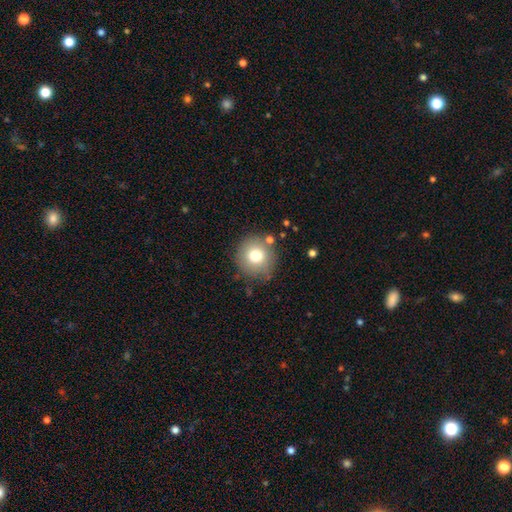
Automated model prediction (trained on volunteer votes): A smooth galaxy with no disk features (75%) that is round (94%). Merging: none (80%).